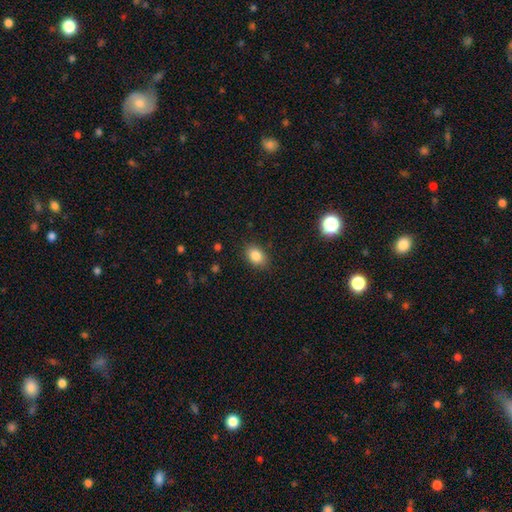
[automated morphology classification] A smooth galaxy with no disk features (85%) that is in between round and cigar-shaped (80%).

Vote fractions:
- Smooth or featured? smooth: 85% / star or artifact: 9% / featured or disk: 6%
- How rounded? in between: 80% / round: 19% / cigar-shaped: 1%
- Merging? none: 86% / minor disturbance: 10% / major disturbance: 3% / merger: 1%